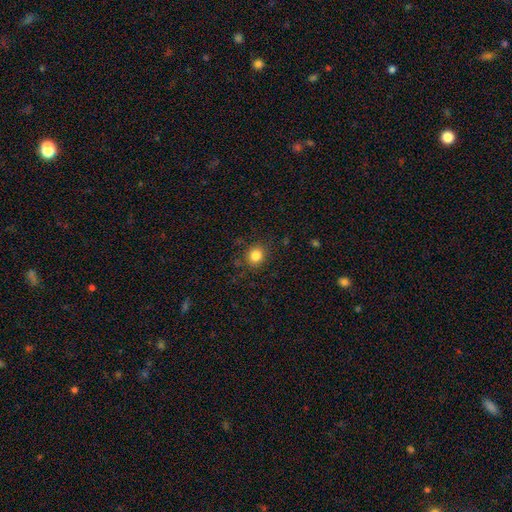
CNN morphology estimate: This appears to be a smooth galaxy with no disk features (83%) that is round (83%). Merging: none (86%).